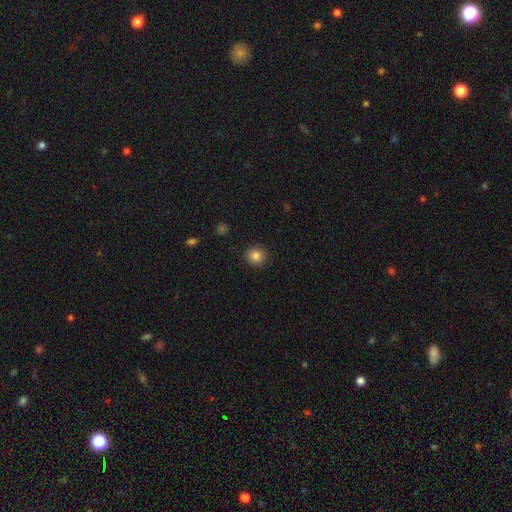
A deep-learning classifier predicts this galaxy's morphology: Smooth or featured: smooth — 85% (star or artifact — 10%)
How rounded: round — 89% (in between — 10%)
Merging: none — 91% (minor disturbance — 6%)